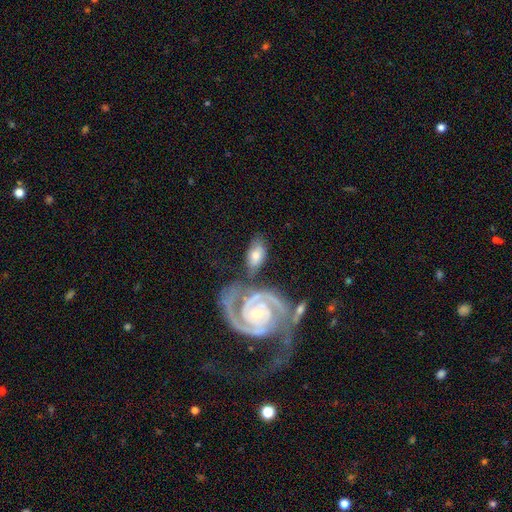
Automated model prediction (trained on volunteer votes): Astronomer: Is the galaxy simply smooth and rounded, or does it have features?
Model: featured or disk — 56% (runner-up: smooth, 38%).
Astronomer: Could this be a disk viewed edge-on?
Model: no — 92%.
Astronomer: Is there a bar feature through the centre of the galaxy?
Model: no — 50% (runner-up: weak, 34%).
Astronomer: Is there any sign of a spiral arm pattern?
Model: yes — 90%.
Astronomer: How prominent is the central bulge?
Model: moderate — 52% (runner-up: small, 40%).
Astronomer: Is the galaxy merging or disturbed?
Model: none — 57%.